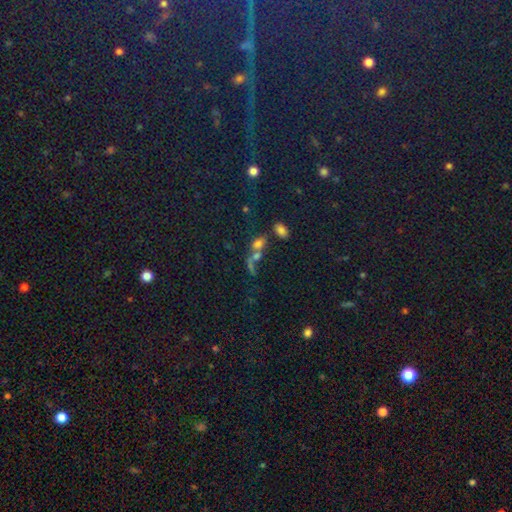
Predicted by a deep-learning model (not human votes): Smooth or featured: smooth — 43% (star or artifact — 38%)
Merging: merger — 42% (none — 37%)